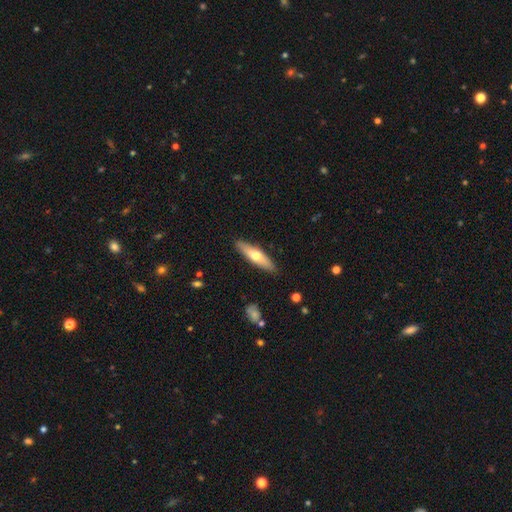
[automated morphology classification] Q: Smooth or featured?
A: smooth (57%); runner-up: featured or disk (38%)
Q: How rounded?
A: cigar-shaped (72%); runner-up: in between (26%)
Q: Merging?
A: none (89%); runner-up: minor disturbance (8%)